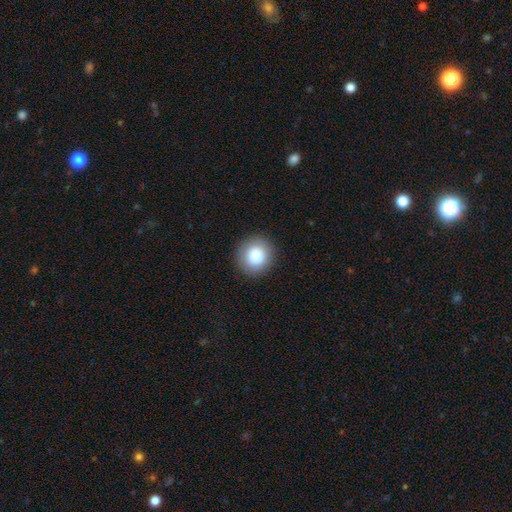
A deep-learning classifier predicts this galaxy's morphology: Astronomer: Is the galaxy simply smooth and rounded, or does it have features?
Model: smooth — 86%.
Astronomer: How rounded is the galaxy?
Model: round — 90%.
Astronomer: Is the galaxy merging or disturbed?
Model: none — 88%.